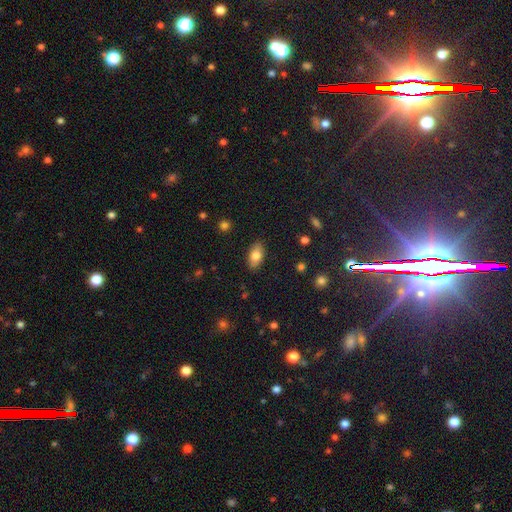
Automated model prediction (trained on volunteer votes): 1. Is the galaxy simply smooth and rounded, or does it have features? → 80% smooth, 13% featured or disk, 7% star or artifact.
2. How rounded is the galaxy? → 90% in between, 6% cigar-shaped, 4% round.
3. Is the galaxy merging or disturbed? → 87% none, 9% minor disturbance, 2% major disturbance, 1% merger.